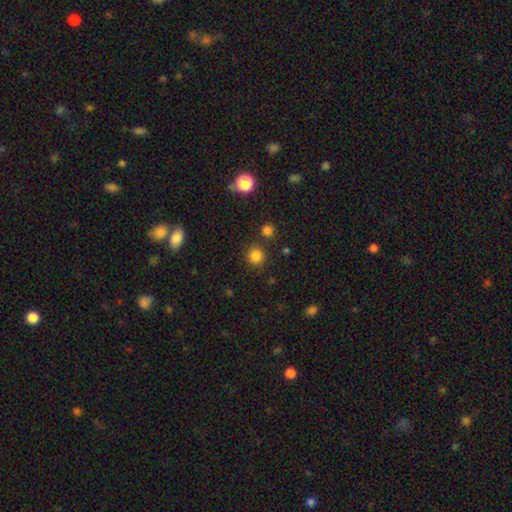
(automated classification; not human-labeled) Smooth or featured? Predicted: smooth (p=0.81). How rounded? Predicted: round (p=0.92). Merging? Predicted: none (p=0.85).